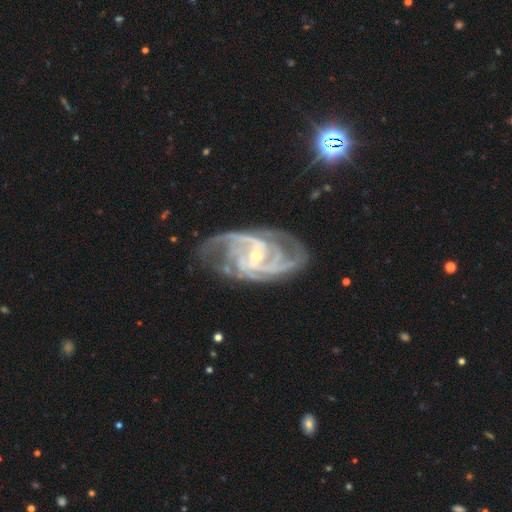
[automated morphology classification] Smooth or featured: featured or disk — 92% (star or artifact — 5%)
Edge-on disk: no — 97% (yes — 3%)
Bar: weak — 45% (no — 34%)
Spiral arms: yes — 98% (no — 2%)
Spiral winding: medium — 46% (tight — 43%)
Spiral arm count: 3 — 29% (tied with 2 — 29%)
Bulge size: small — 68% (moderate — 27%)
Merging: none — 68% (minor disturbance — 19%)